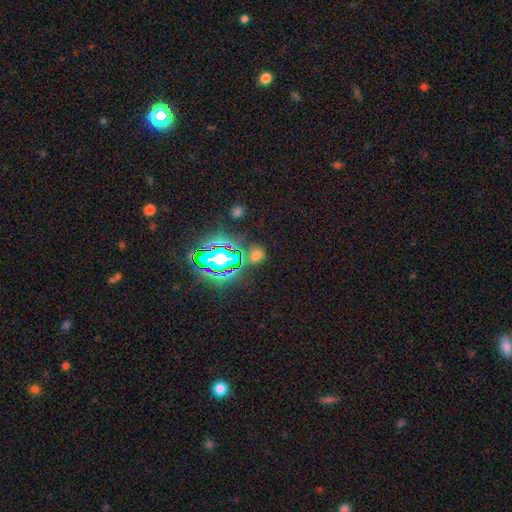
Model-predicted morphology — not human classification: Overall: smooth (53%; star or artifact 39%). How rounded: round (67%; in between 30%). Merging: none (77%).